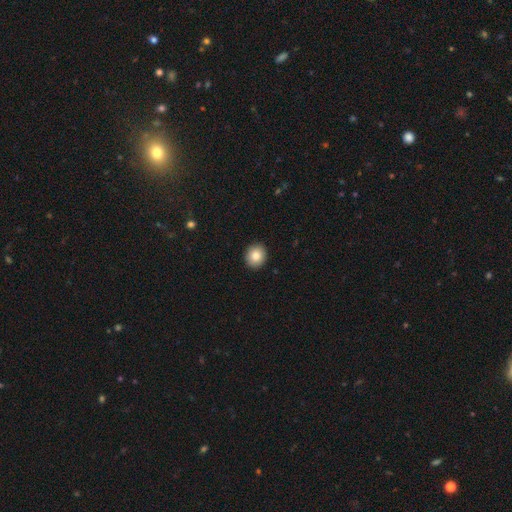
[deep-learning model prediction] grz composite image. It shows a smooth galaxy with no disk features (84%) that is round (82%). Merging: none (92%).